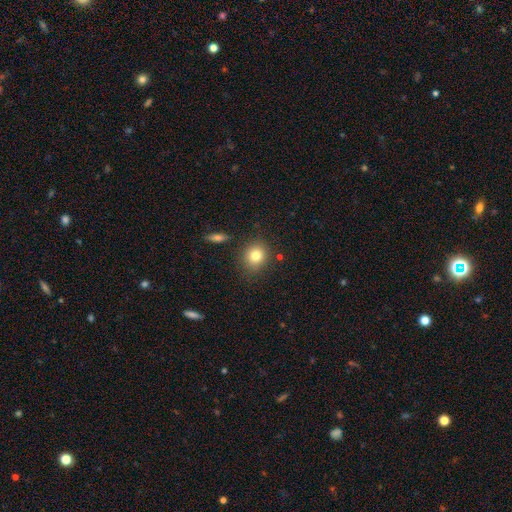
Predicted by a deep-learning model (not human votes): Morphology: type=smooth (81%); roundness=round (78%); merging=none (84%).